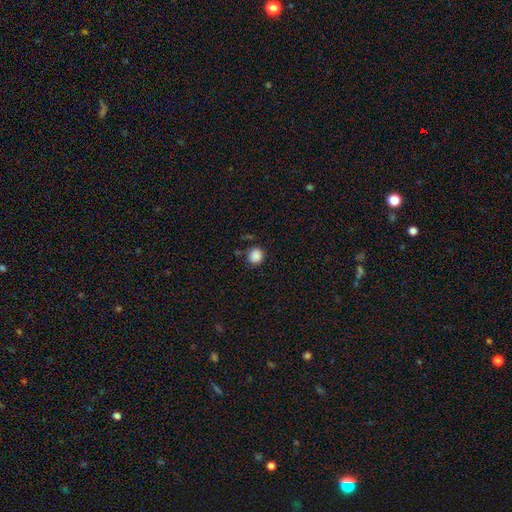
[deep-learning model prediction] A smooth galaxy with no disk features (87%) that is round (88%). Merging: none (82%).